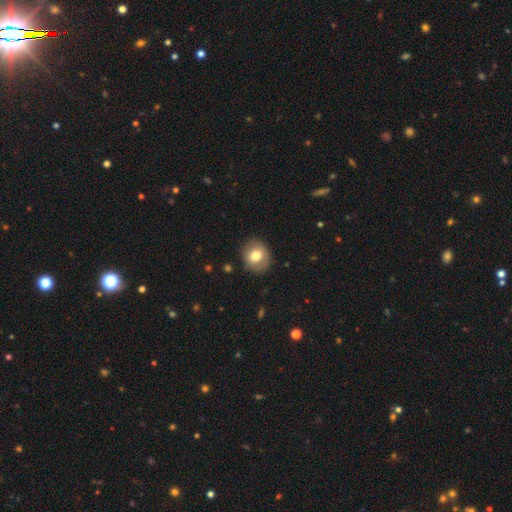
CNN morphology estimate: The model was most divided on "how rounded": round: 70%, in between: 29%, cigar-shaped: 1%. More confident: merging — none (85%); smooth or featured — smooth (72%).